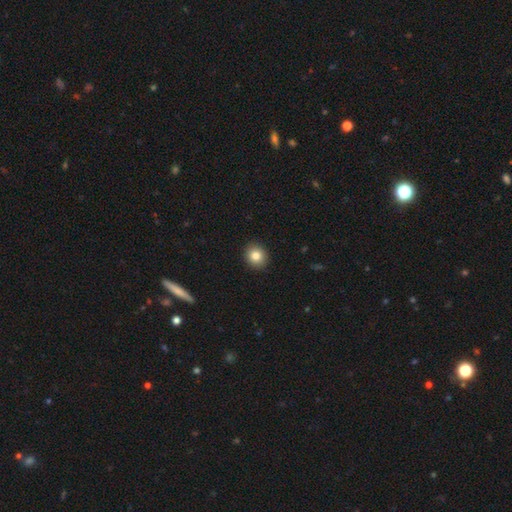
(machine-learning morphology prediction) Smooth or featured? smooth (83%)
How rounded? round (79%)
Merging? none (92%)